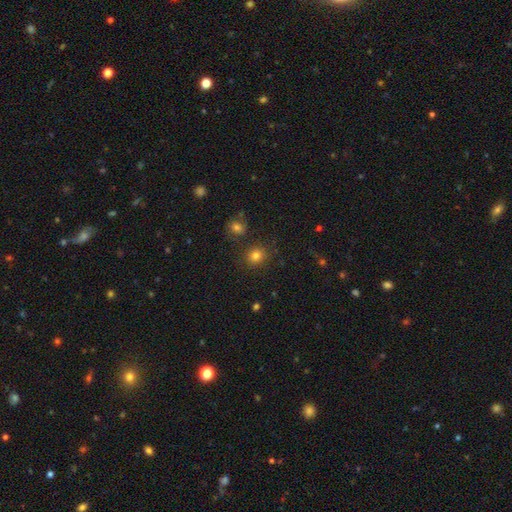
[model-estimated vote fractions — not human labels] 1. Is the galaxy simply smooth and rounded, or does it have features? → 79% smooth, 14% star or artifact, 7% featured or disk.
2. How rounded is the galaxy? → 77% round, 23% in between, 1% cigar-shaped.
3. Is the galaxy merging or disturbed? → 83% none, 9% minor disturbance, 5% merger, 3% major disturbance.